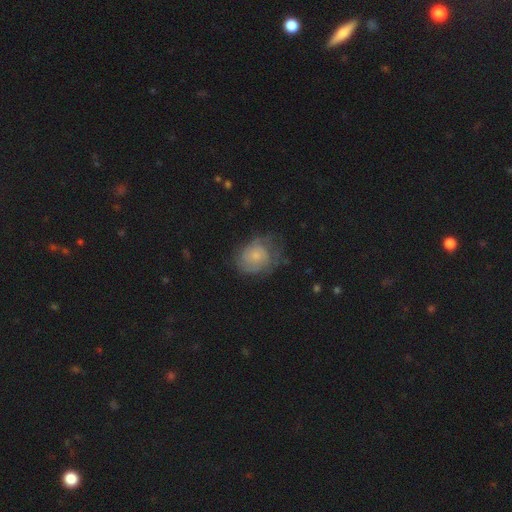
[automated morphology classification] smooth 46%, featured or disk 45%, star or artifact 9%. Down the decision tree: merging — none (51%).